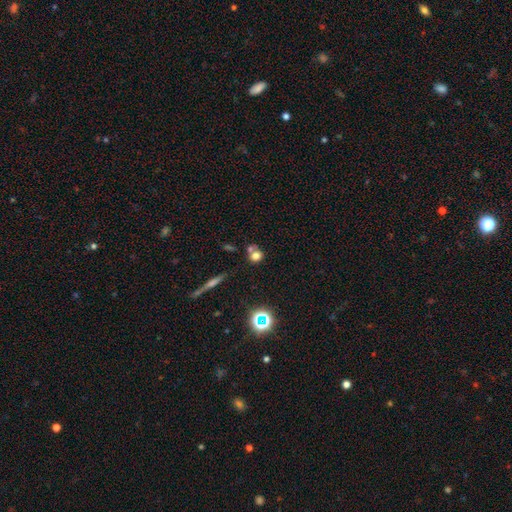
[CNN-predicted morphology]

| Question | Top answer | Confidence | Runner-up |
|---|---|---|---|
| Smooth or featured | smooth | 70% | star or artifact (17%) |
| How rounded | round | 79% | in between (19%) |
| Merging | none | 49% | merger (37%) |